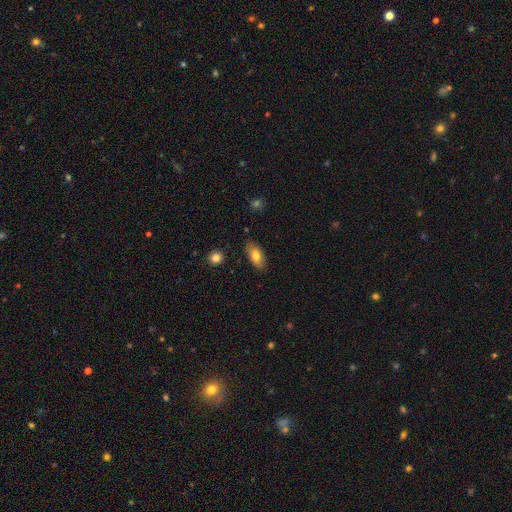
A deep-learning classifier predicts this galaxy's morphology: This is likely a smooth galaxy (78%). How rounded: clearly in between (89%). Merging: clearly none (85%).